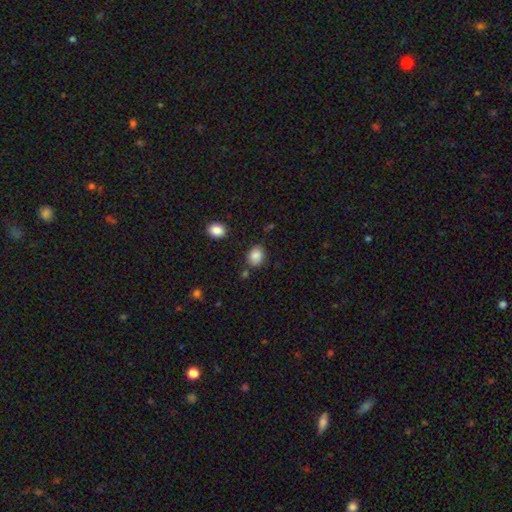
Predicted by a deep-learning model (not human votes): Smooth or featured? Predicted: smooth (p=0.86). How rounded? Predicted: in between (p=0.56). Merging? Predicted: none (p=0.78).